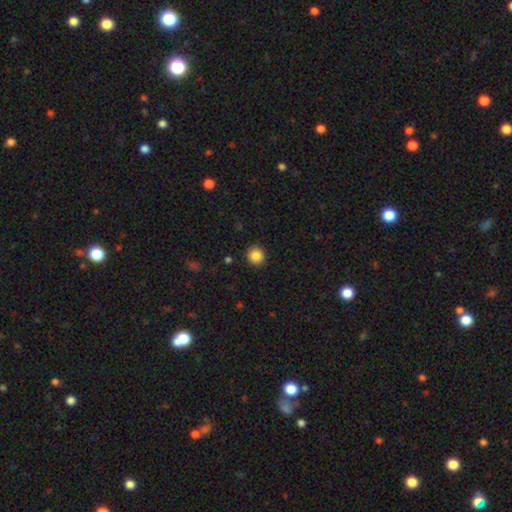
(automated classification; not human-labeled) Overall: smooth (86%). How rounded: round (91%). Merging: none (91%).